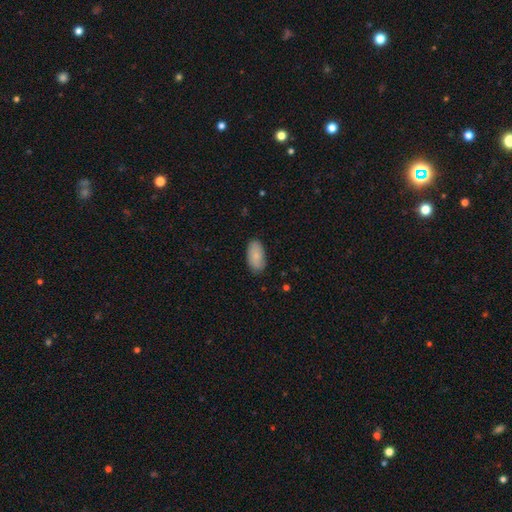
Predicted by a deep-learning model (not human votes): Smooth or featured?
  - smooth: 84% *
  - featured or disk: 10%
  - star or artifact: 6%
How rounded?
  - in between: 95% *
  - cigar-shaped: 3%
  - round: 3%
Merging?
  - none: 85% *
  - minor disturbance: 12%
  - major disturbance: 2%
  - merger: 1%